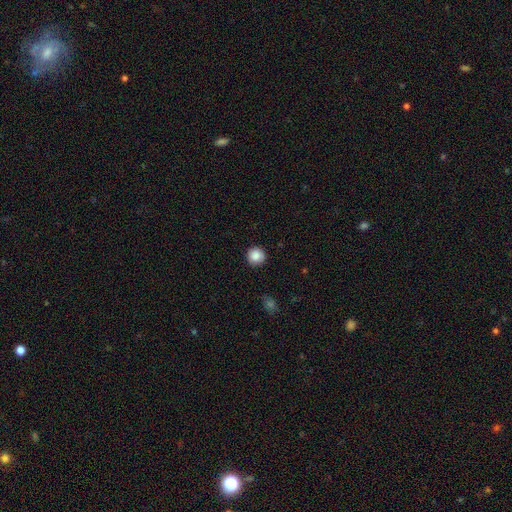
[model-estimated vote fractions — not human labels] smooth_or_featured: smooth (p=0.87) [alt: star or artifact p=0.09]
how_rounded: round (p=0.95) [alt: in between p=0.04]
merging: none (p=0.90) [alt: minor disturbance p=0.07]